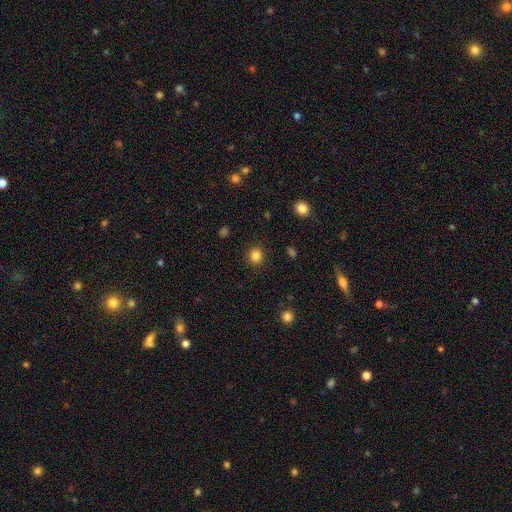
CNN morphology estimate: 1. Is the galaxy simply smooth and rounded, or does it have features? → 84% smooth, 12% star or artifact, 4% featured or disk.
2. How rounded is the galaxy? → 86% round, 13% in between, 1% cigar-shaped.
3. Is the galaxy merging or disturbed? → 90% none, 6% minor disturbance, 2% major disturbance, 1% merger.